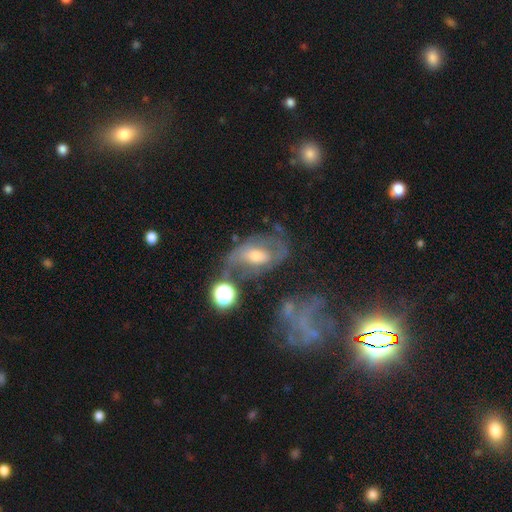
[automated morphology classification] featured or disk 69%, smooth 21%, star or artifact 10%. Down the decision tree: edge-on disk — no (94%); bar — no (42%); spiral arms — yes (79%); spiral arm count — 2 (62%); spiral winding — medium (43%); bulge size — moderate (54%); merging — none (45%).